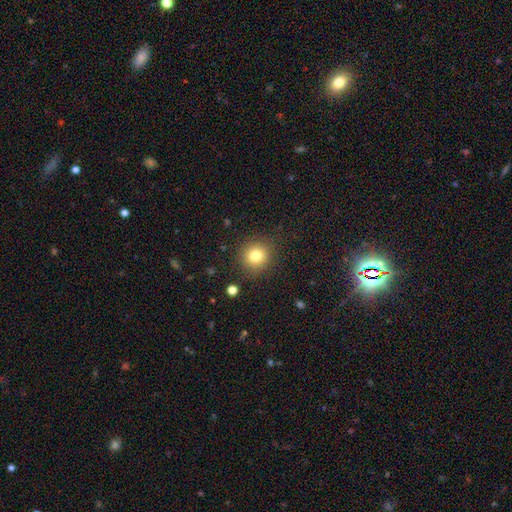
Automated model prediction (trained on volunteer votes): This appears to be a smooth galaxy with no disk features (79%) that is round (89%). Merging: none (87%).